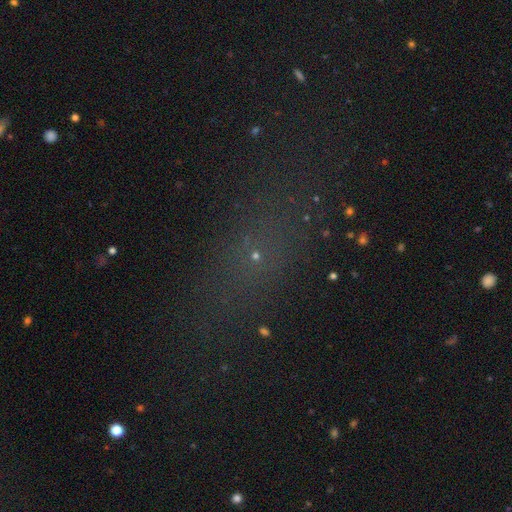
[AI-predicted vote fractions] This appears to be a star or artifact, not a galaxy (42%).